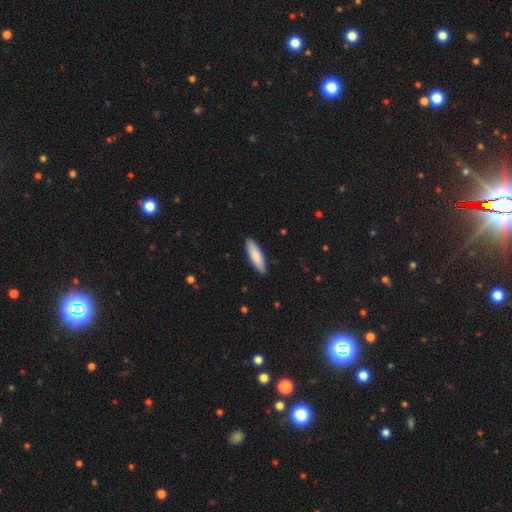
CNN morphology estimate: smooth_or_featured: smooth (p=0.85) [alt: featured or disk p=0.10]
how_rounded: cigar-shaped (p=0.67) [alt: in between p=0.32]
merging: none (p=0.90) [alt: minor disturbance p=0.08]